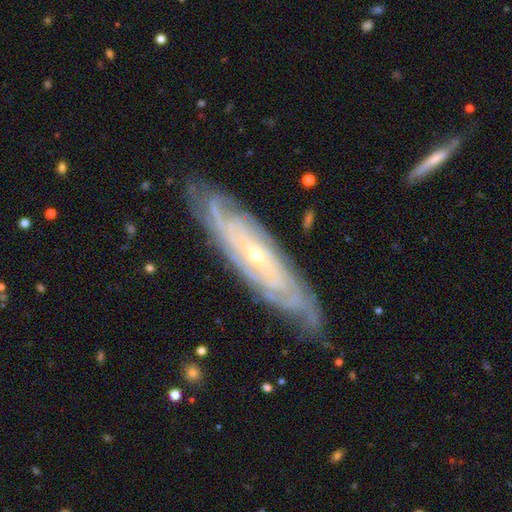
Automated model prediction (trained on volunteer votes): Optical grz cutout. It shows a featured or disk galaxy (87%) with no bar (70%), tight (75%) spiral arms (96%) and a small central bulge (79%). Merging: none (76%).